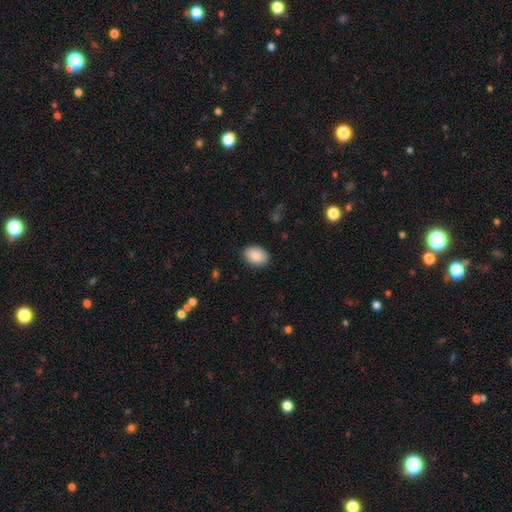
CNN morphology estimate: Smooth or featured?
  - smooth: 88% *
  - star or artifact: 7%
  - featured or disk: 5%
How rounded?
  - in between: 84% *
  - round: 15%
  - cigar-shaped: 1%
Merging?
  - none: 87% *
  - minor disturbance: 9%
  - major disturbance: 2%
  - merger: 1%